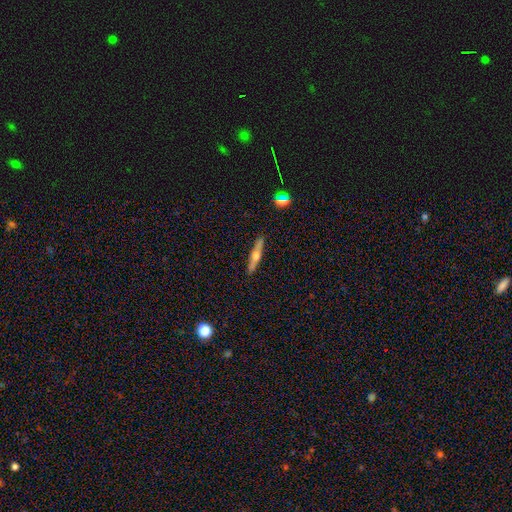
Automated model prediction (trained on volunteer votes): This appears to be a featured or disk galaxy (60%) viewed edge-on (96%) with a rounded central bulge (92%). Merging: none (91%).